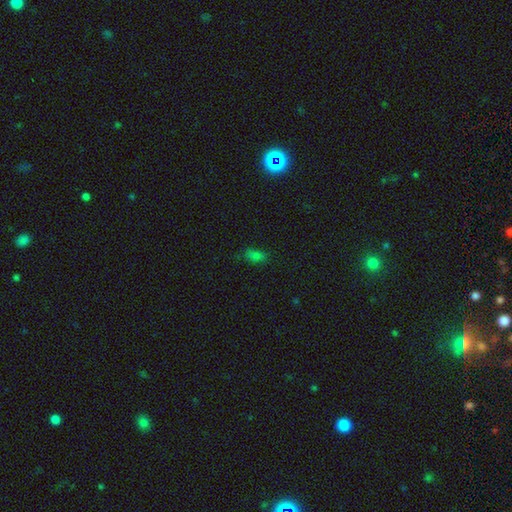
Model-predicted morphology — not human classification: type=smooth (70%); roundness=in between (84%); merging=none (71%).